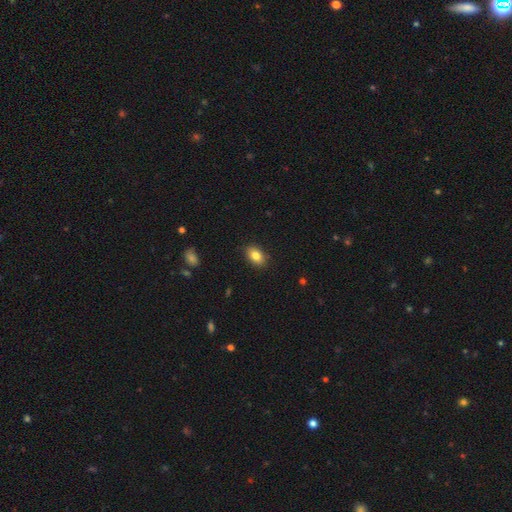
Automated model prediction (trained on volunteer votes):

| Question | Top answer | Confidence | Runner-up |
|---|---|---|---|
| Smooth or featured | smooth | 83% | star or artifact (9%) |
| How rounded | in between | 85% | round (13%) |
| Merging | none | 87% | minor disturbance (9%) |